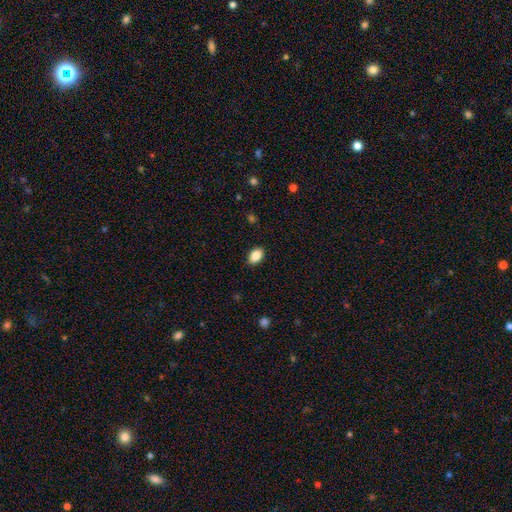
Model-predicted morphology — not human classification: A smooth galaxy with no disk features (87%) that is in between round and cigar-shaped (88%).

Vote fractions:
- Smooth or featured? smooth: 87% / star or artifact: 8% / featured or disk: 5%
- How rounded? in between: 88% / round: 11% / cigar-shaped: 1%
- Merging? none: 89% / minor disturbance: 8% / major disturbance: 2% / merger: 1%